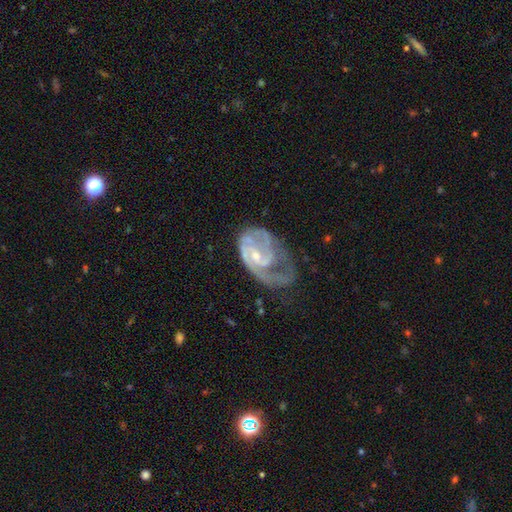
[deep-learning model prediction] Morphology: type=featured or disk (83%); edge-on=no (97%); bar=no (47%); spiral arms=yes (89%); winding=medium (42%); arm count=2 (46%); bulge=small (63%); merging=major disturbance (40%).